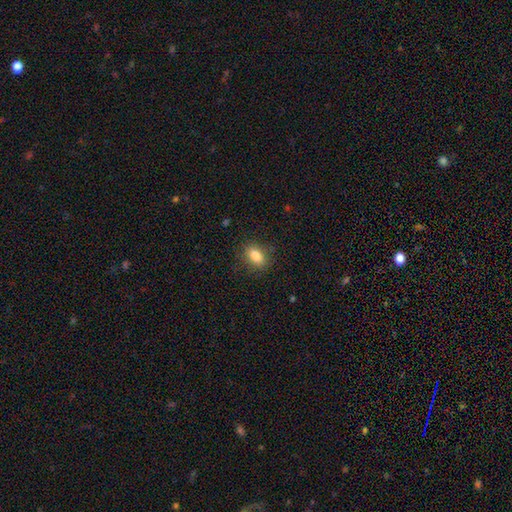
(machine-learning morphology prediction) Overall: smooth (84%). How rounded: in between (83%). Merging: none (85%).